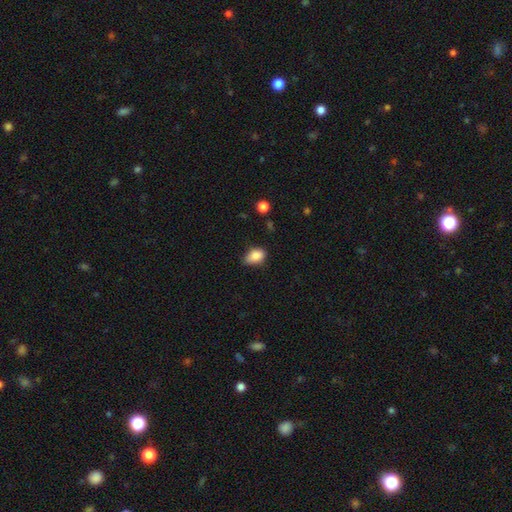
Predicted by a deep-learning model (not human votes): Morphology: type=smooth (85%); roundness=in between (83%); merging=none (53%).